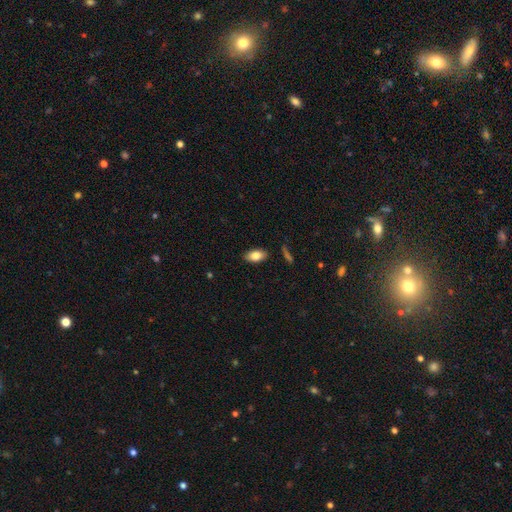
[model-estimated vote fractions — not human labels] Smooth or featured? smooth (81%)
How rounded? in between (92%)
Merging? none (86%)